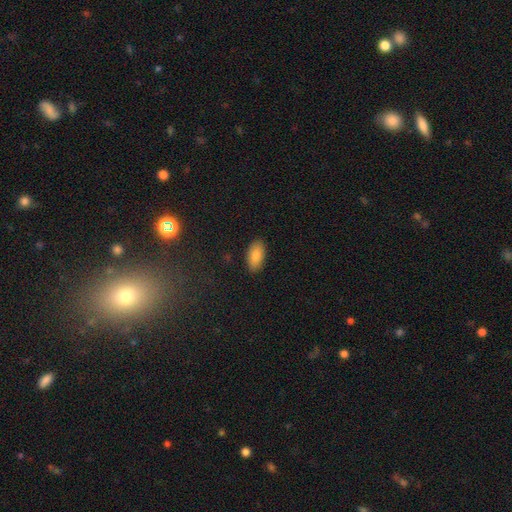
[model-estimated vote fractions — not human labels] A smooth galaxy with no disk features (83%) that is in between round and cigar-shaped (93%). Merging: none (88%).